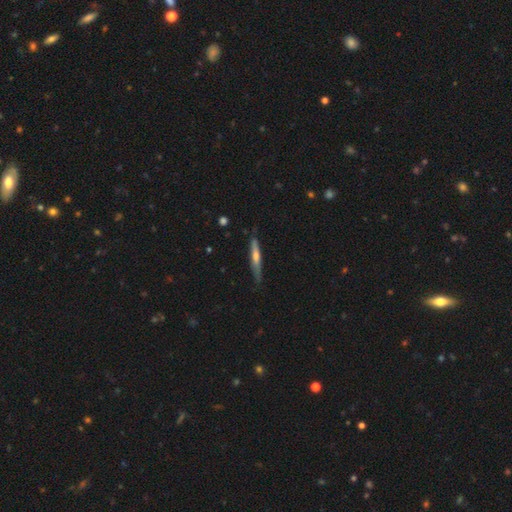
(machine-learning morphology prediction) Smooth or featured? Predicted: featured or disk (p=0.56). Edge-on disk? Predicted: yes (p=0.94). Edge-on bulge? Predicted: rounded (p=0.70). Merging? Predicted: none (p=0.80).